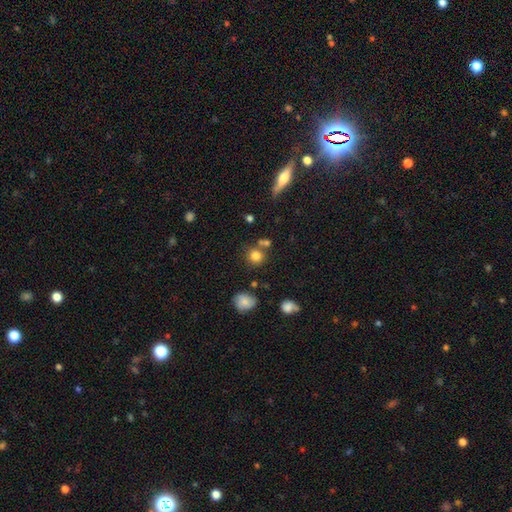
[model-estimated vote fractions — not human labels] Smooth or featured: smooth — 80% (star or artifact — 13%)
How rounded: round — 87% (in between — 12%)
Merging: none — 67% (merger — 19%)